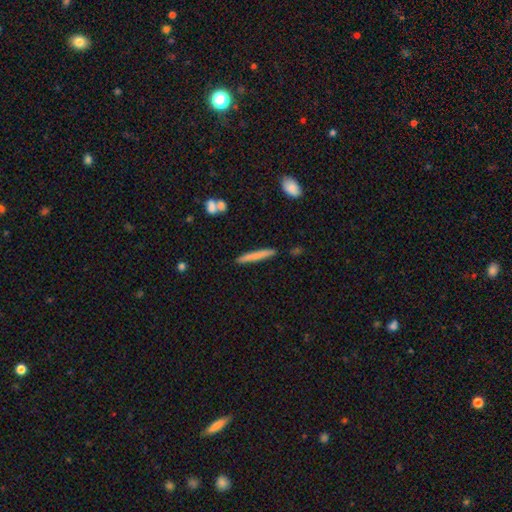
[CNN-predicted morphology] Smooth or featured? smooth (71%)
How rounded? cigar-shaped (95%)
Merging? none (87%)